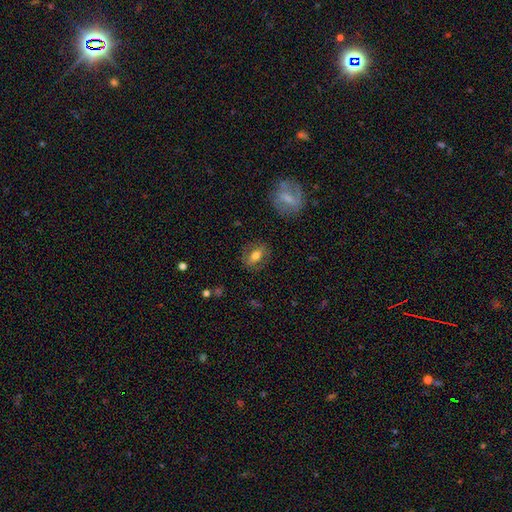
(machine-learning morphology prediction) Smooth or featured: smooth — 56% (featured or disk — 36%)
How rounded: in between — 70% (round — 23%)
Merging: none — 82% (minor disturbance — 12%)